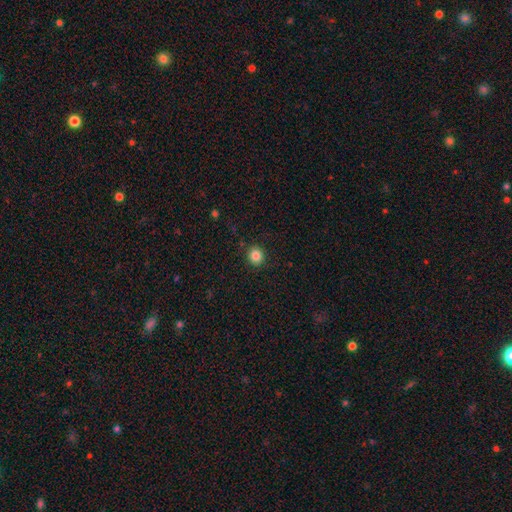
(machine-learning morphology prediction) type=smooth (85%); roundness=round (88%); merging=none (90%).